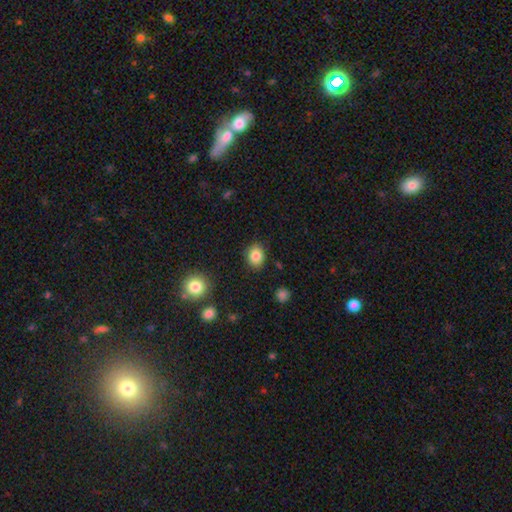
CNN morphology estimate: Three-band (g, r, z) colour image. It shows a smooth galaxy with no disk features (85%) that is round (53%). Merging: none (86%).